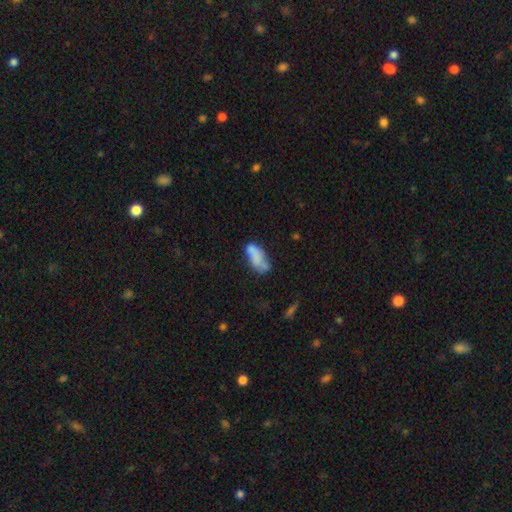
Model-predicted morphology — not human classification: This is likely a smooth galaxy (69%). How rounded: clearly in between (85%). Merging: marginally none (37%).